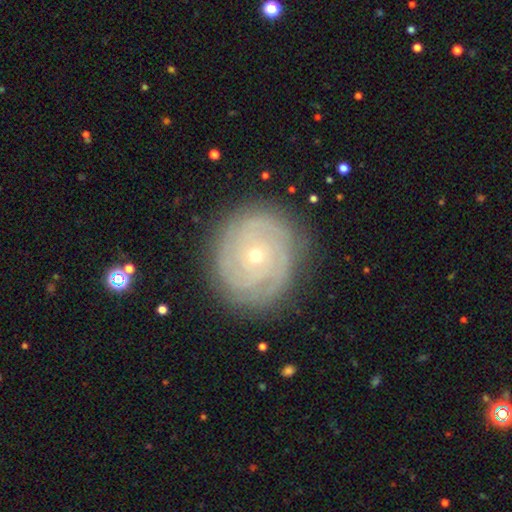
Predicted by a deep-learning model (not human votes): This is clearly a featured or disk galaxy (81%). It is clearly not viewed edge-on (97%). Bar: clearly no (80%). Spiral arm pattern: clearly yes (93%). Spiral arm count: marginally can't tell (32%). Spiral winding: clearly tight (81%). Central bulge: likely small (66%). Merging: clearly none (82%).